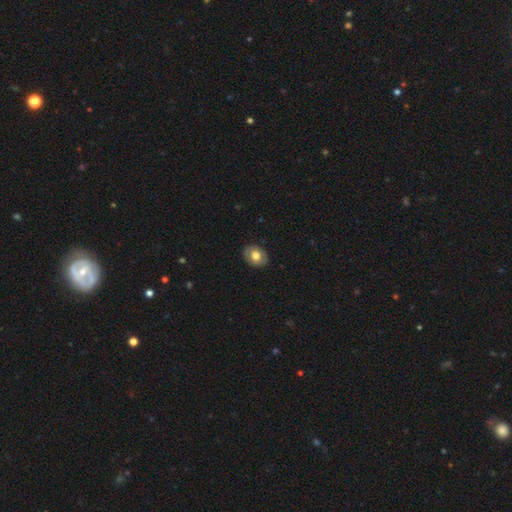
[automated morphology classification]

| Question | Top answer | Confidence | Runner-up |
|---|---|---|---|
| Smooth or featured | smooth | 69% | featured or disk (23%) |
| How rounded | in between | 60% | round (39%) |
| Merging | none | 87% | minor disturbance (10%) |